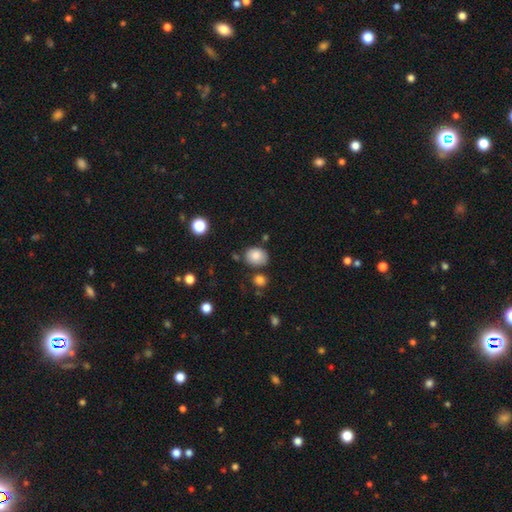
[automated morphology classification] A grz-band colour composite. It shows a smooth galaxy with no disk features (84%) that is round (52%). Merging: none (73%).